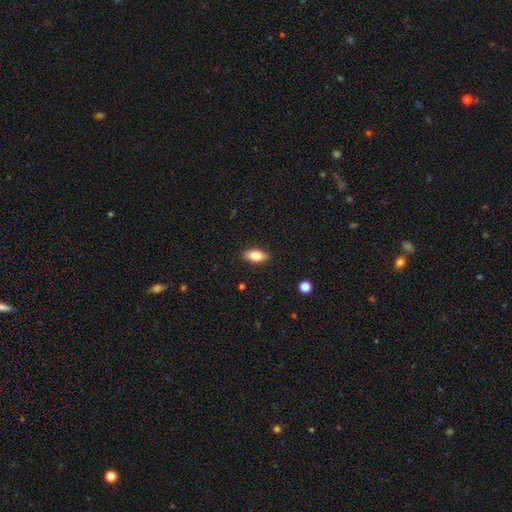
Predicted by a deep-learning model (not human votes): Smooth or featured: smooth — 78% (featured or disk — 15%)
How rounded: in between — 86% (cigar-shaped — 10%)
Merging: none — 88% (minor disturbance — 9%)